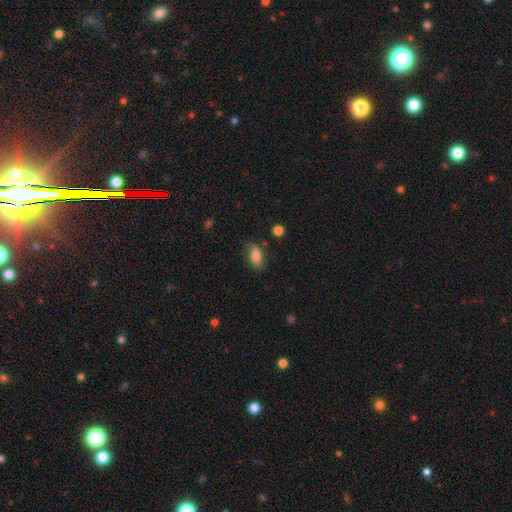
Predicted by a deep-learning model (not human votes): A smooth galaxy with no disk features (64%) that is in between round and cigar-shaped (85%).

Vote fractions:
- Smooth or featured? smooth: 64% / featured or disk: 28% / star or artifact: 9%
- How rounded? in between: 85% / round: 8% / cigar-shaped: 7%
- Merging? none: 70% / minor disturbance: 21% / major disturbance: 7% / merger: 2%